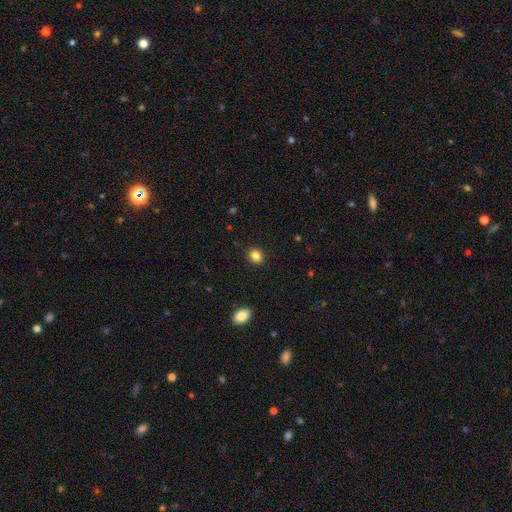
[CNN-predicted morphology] This appears to be a smooth galaxy with no disk features (84%) that is round (62%). Merging: none (90%).